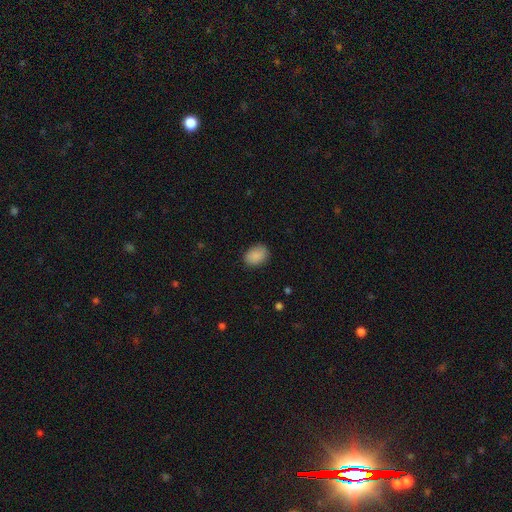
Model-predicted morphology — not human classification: Smooth or featured? Predicted: smooth (p=0.89). How rounded? Predicted: in between (p=0.74). Merging? Predicted: none (p=0.85).